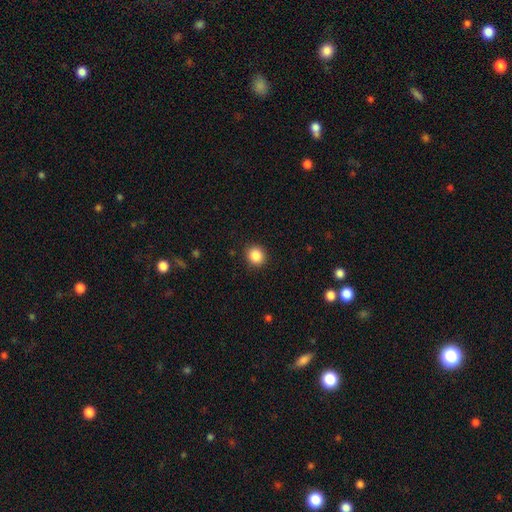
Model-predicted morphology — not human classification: This is clearly a smooth galaxy (86%). How rounded: clearly round (85%). Merging: clearly none (91%).